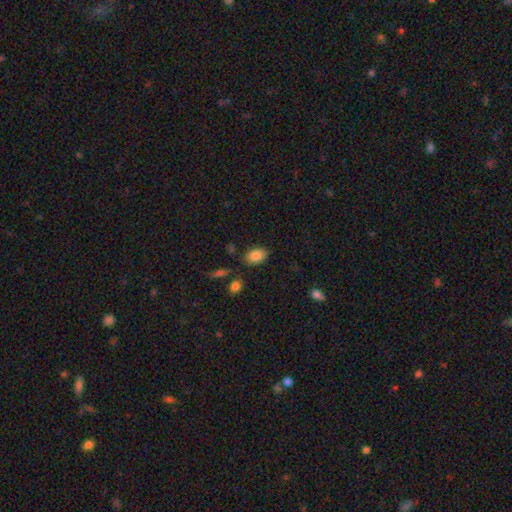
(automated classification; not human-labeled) Smooth or featured? smooth (86%)
How rounded? in between (84%)
Merging? none (80%)